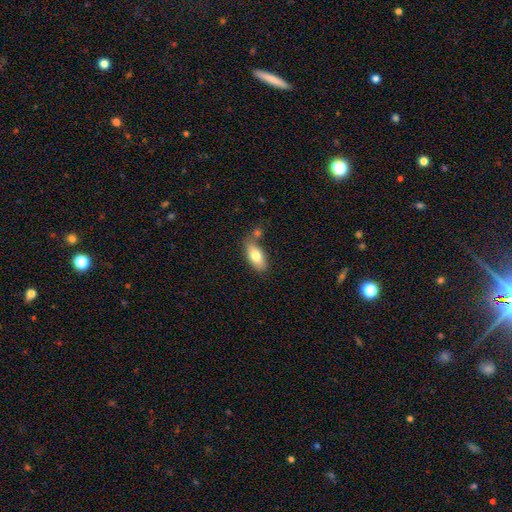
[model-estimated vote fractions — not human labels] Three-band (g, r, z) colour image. It shows a smooth galaxy with no disk features (77%) that is in between round and cigar-shaped (88%). Merging: none (60%).